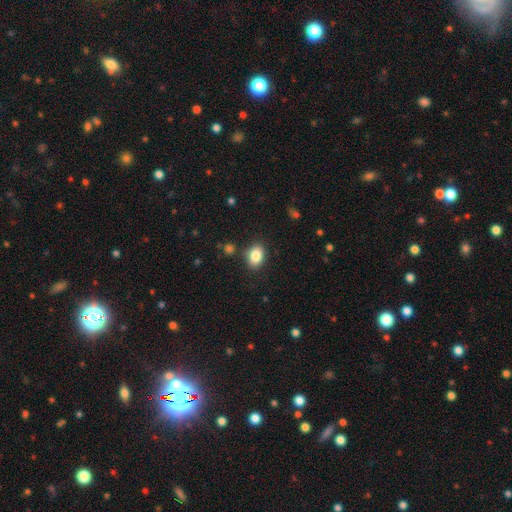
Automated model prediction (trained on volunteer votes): This appears to be a smooth galaxy with no disk features (86%) that is in between round and cigar-shaped (77%). Merging: none (83%).